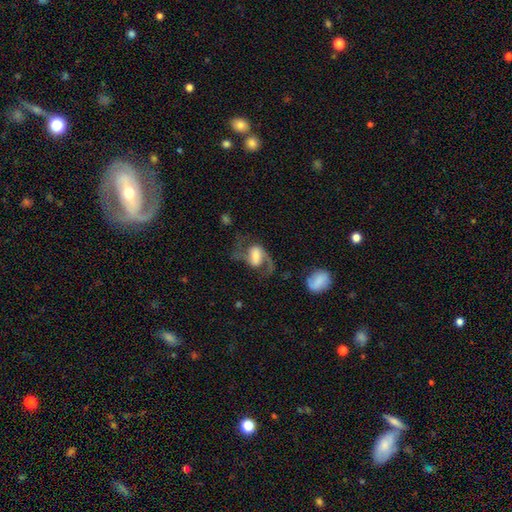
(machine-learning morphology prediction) This appears to be a featured or disk galaxy (73%) with a weak bar (44%), 2 (74%) loose (50%) spiral arms (91%) and a moderate central bulge (30%). Merging: none (45%).